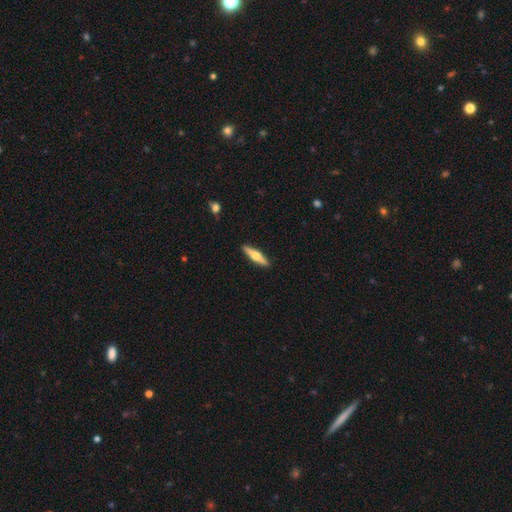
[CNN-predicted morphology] A featured or disk galaxy (56%) viewed edge-on (96%) with a rounded central bulge (94%).

Vote fractions:
- Smooth or featured? featured or disk: 56% / smooth: 39% / star or artifact: 5%
- Edge-on disk? yes: 96% / no: 4%
- Edge-on bulge? rounded: 94% / boxy: 4% / none: 3%
- Merging? none: 91% / minor disturbance: 6% / major disturbance: 1% / merger: 1%